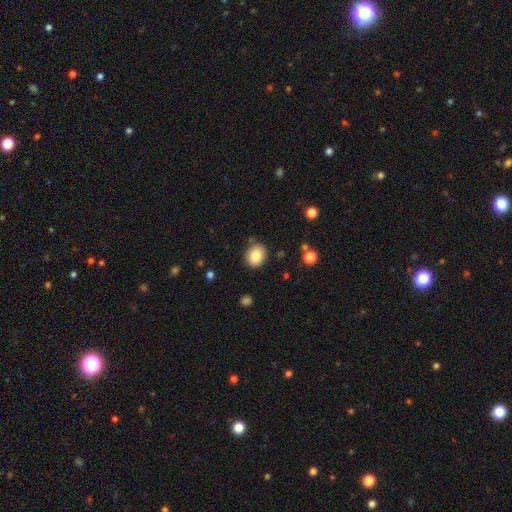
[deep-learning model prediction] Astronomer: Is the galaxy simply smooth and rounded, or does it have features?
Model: smooth — 83%.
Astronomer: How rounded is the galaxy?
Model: round — 59% (runner-up: in between, 40%).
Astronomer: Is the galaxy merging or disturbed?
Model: none — 83%.